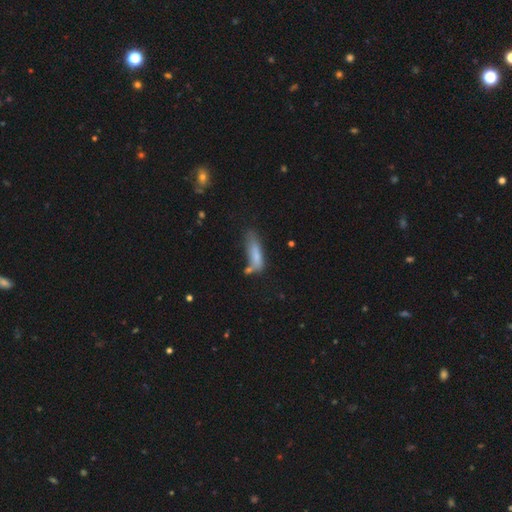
Overall: smooth (78%). How rounded: cigar-shaped (55%; in between 45%). Merging: none (51%; minor disturbance 17%).